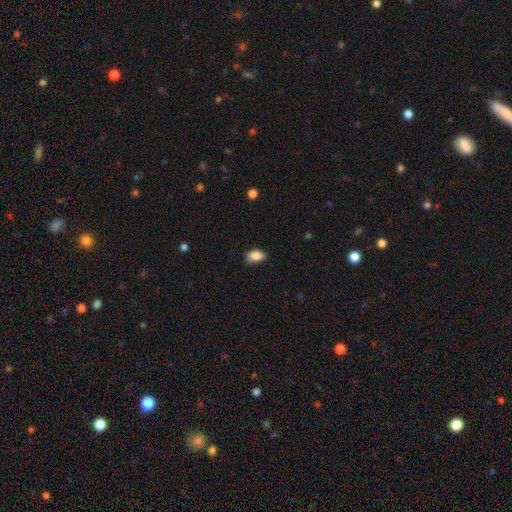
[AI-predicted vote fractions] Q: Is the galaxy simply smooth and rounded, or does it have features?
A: smooth — 86%.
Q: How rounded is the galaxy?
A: in between — 89%.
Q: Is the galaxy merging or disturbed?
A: none — 77%.